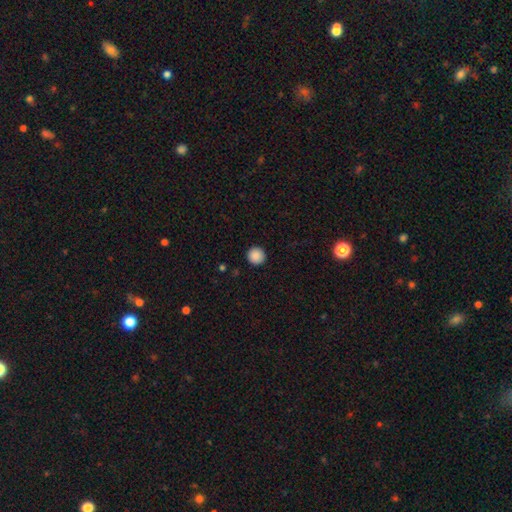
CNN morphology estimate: A smooth galaxy with no disk features (88%) that is round (96%). Merging: none (93%).